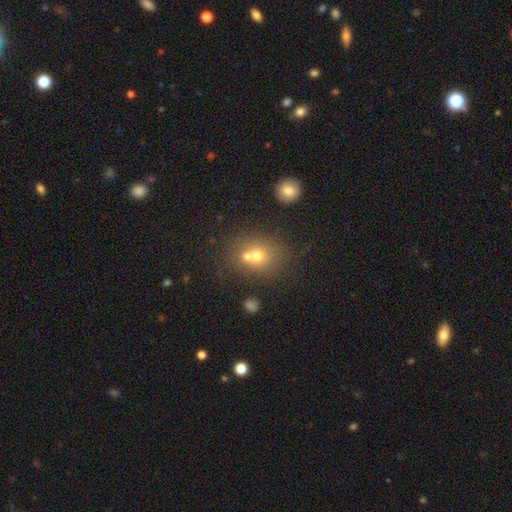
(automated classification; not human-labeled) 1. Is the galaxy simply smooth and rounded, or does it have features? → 65% smooth, 19% featured or disk, 16% star or artifact.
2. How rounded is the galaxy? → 74% round, 25% in between, 1% cigar-shaped.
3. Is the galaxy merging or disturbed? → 46% merger, 43% none, 8% minor disturbance, 4% major disturbance.